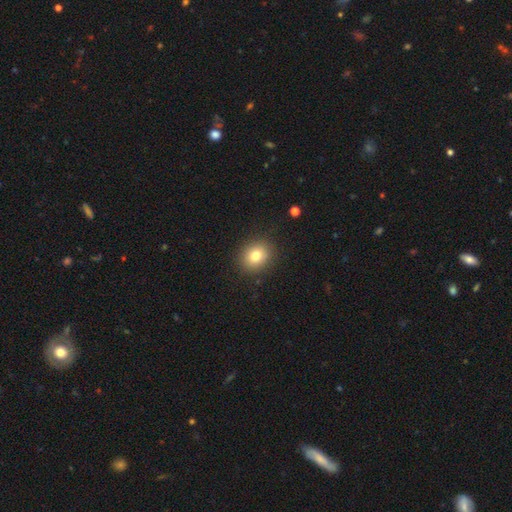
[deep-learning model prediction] smooth 79%, star or artifact 11%, featured or disk 10%. Down the decision tree: how rounded — round (67%); merging — none (88%).